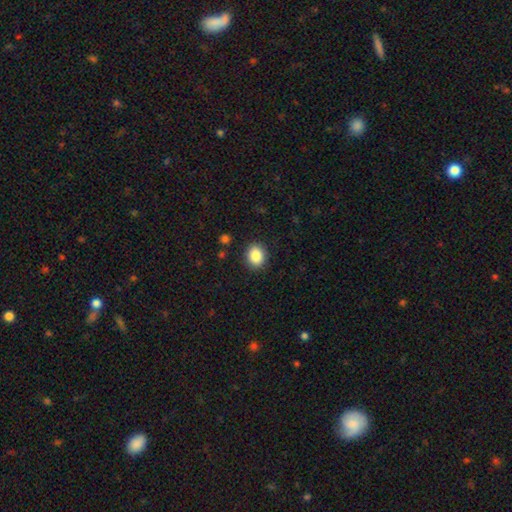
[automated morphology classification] Smooth or featured? Predicted: smooth (p=0.86). How rounded? Predicted: round (p=0.60). Merging? Predicted: none (p=0.89).